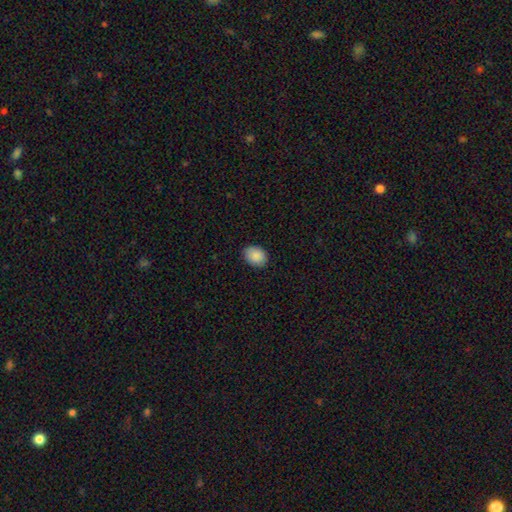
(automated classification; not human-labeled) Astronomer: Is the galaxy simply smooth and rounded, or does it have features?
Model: smooth — 89%.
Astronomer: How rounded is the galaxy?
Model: in between — 65%.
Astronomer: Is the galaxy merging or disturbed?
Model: none — 87%.